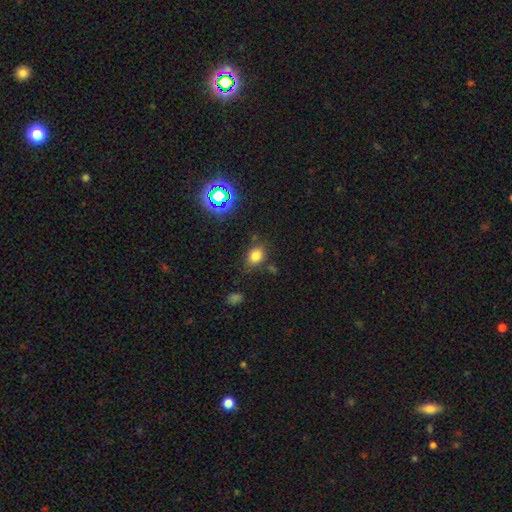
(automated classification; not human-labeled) Q: Smooth or featured?
A: smooth (75%); runner-up: star or artifact (16%)
Q: How rounded?
A: in between (66%); runner-up: round (33%)
Q: Merging?
A: none (74%); runner-up: minor disturbance (16%)